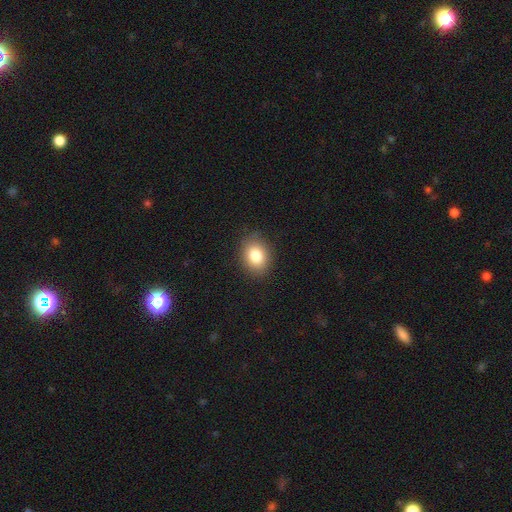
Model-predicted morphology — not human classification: The model was most divided on "how rounded": in between: 61%, round: 38%, cigar-shaped: 1%. More confident: merging — none (86%); smooth or featured — smooth (83%).